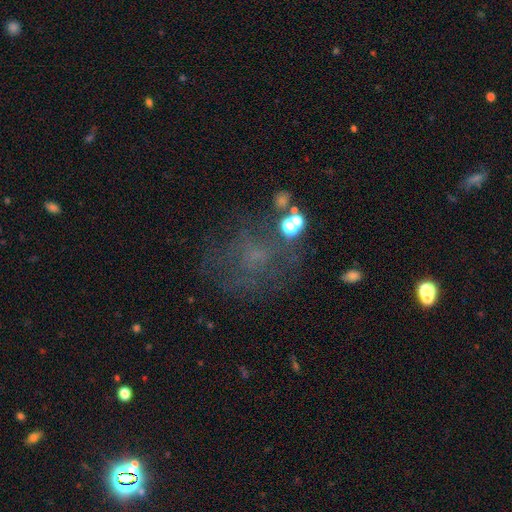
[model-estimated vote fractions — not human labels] This appears to be a featured or disk galaxy (35%). Merging: none (57%).